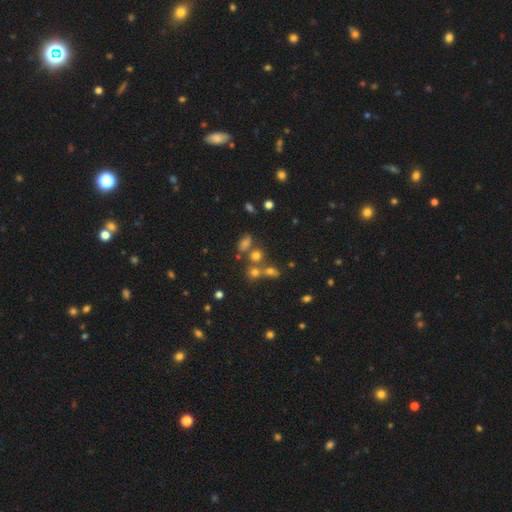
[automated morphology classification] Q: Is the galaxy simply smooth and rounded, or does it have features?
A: star or artifact — 42%.